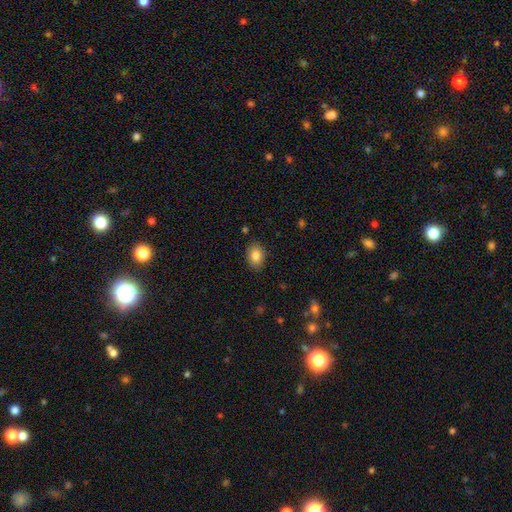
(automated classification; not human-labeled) smooth 84%, star or artifact 8%, featured or disk 7%. Down the decision tree: how rounded — in between (77%); merging — none (85%).